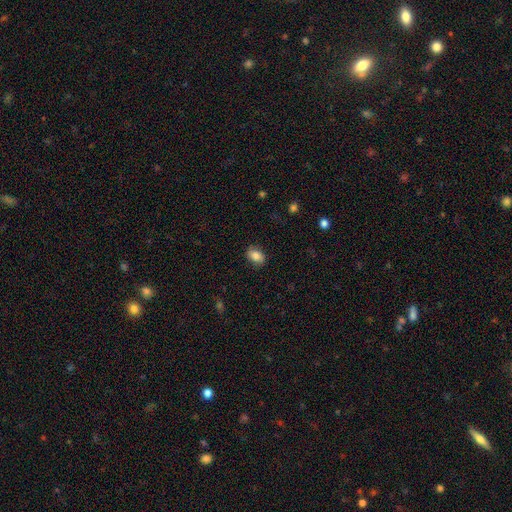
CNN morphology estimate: This is clearly a smooth galaxy (85%). How rounded: clearly in between (81%). Merging: clearly none (85%).